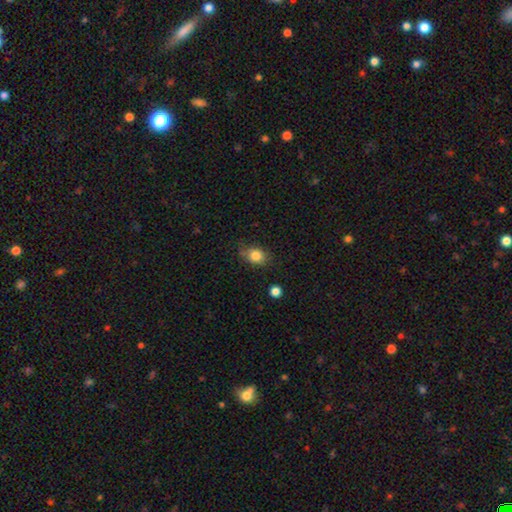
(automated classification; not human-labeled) A smooth galaxy with no disk features (82%) that is in between round and cigar-shaped (54%). Merging: none (70%).